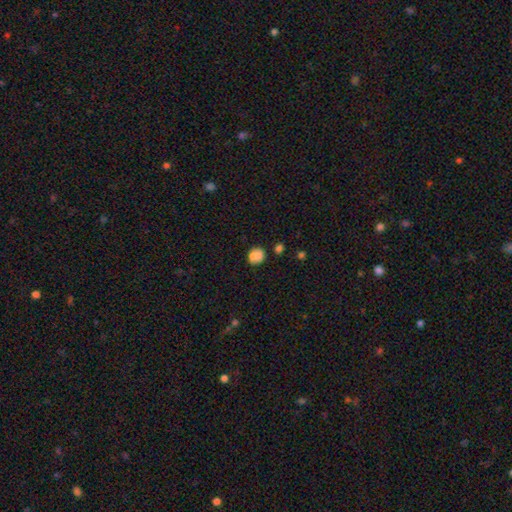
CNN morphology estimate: Smooth or featured? Predicted: smooth (p=0.77). How rounded? Predicted: round (p=0.68). Merging? Predicted: none (p=0.50).